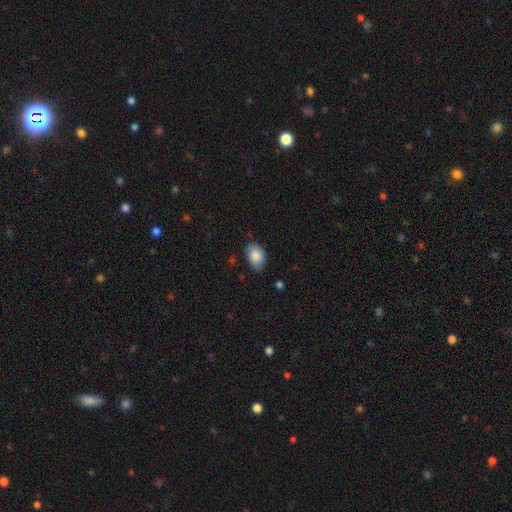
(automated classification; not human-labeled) Smooth or featured?
  - smooth: 86% *
  - featured or disk: 7%
  - star or artifact: 7%
How rounded?
  - in between: 86% *
  - round: 13%
  - cigar-shaped: 1%
Merging?
  - none: 76% *
  - minor disturbance: 19%
  - major disturbance: 3%
  - merger: 1%